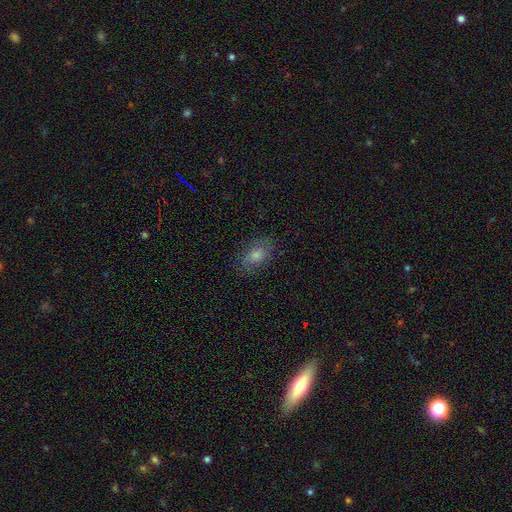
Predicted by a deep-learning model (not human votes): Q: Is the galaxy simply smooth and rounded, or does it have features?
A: smooth — 59%.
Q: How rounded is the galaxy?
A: in between — 82%.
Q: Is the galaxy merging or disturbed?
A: none — 77%.